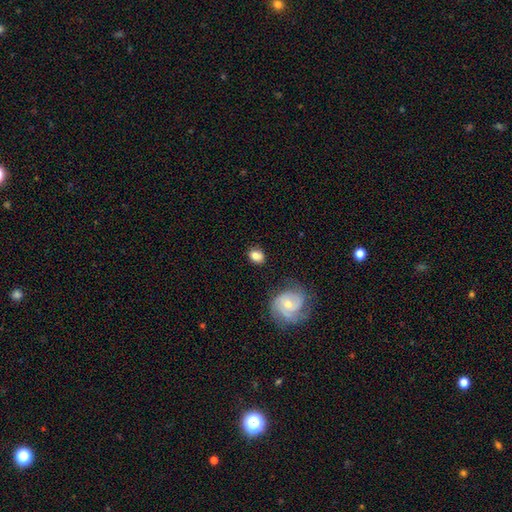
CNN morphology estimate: Smooth or featured? smooth (79%)
How rounded? in between (51%)
Merging? none (74%)